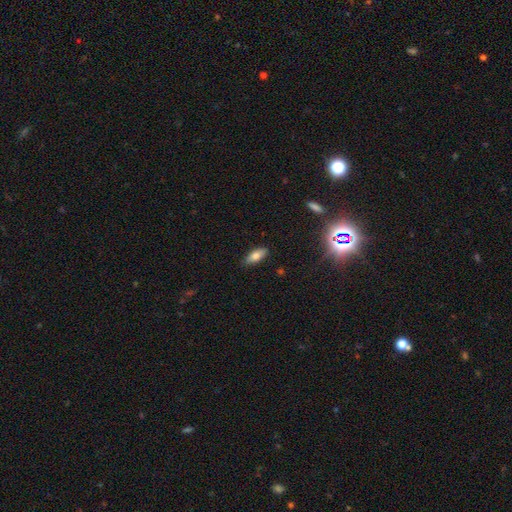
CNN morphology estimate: Q: Smooth or featured?
A: smooth (76%); runner-up: featured or disk (16%)
Q: How rounded?
A: in between (76%); runner-up: cigar-shaped (21%)
Q: Merging?
A: none (85%); runner-up: minor disturbance (11%)